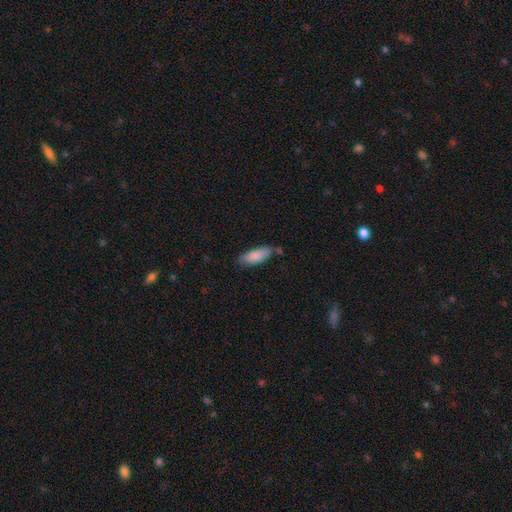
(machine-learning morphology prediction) Smooth or featured? Predicted: smooth (p=0.85). How rounded? Predicted: in between (p=0.68). Merging? Predicted: none (p=0.69).